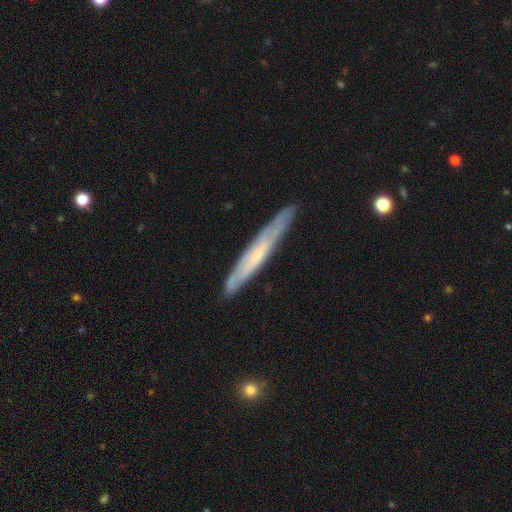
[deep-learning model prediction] smooth-or-featured: featured or disk: 65% | smooth: 29% | star or artifact: 6%
  disk-edge-on: yes: 76% | no: 24%
  merging: none: 84% | minor disturbance: 12% | major disturbance: 2% | merger: 1%